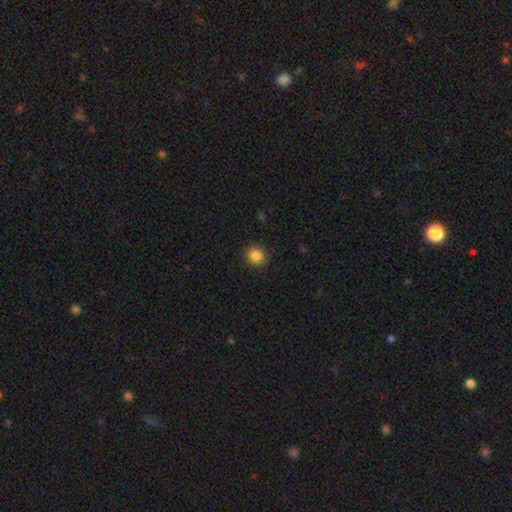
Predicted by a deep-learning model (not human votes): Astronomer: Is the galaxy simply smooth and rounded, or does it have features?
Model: smooth — 86%.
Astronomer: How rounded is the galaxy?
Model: round — 86%.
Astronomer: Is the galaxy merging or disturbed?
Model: none — 90%.